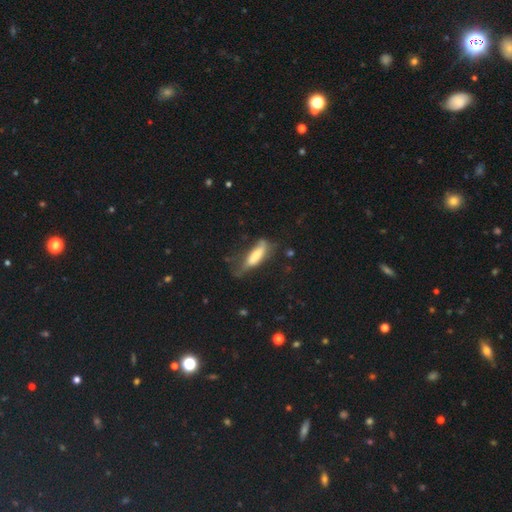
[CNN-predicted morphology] Smooth or featured? smooth (69%)
How rounded? cigar-shaped (56%)
Merging? none (37%)